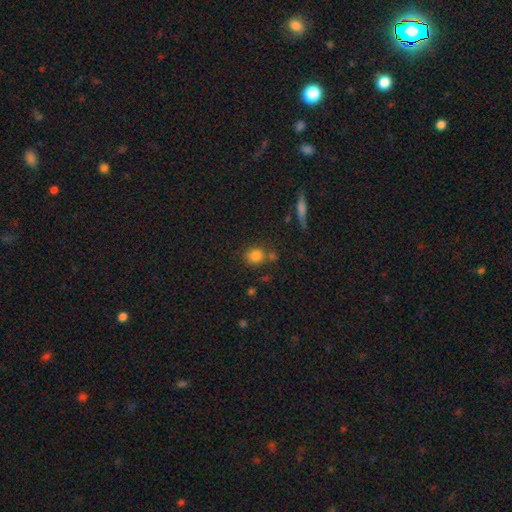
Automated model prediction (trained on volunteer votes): smooth-or-featured: smooth: 82% | star or artifact: 12% | featured or disk: 6%
  how-rounded: round: 74% | in between: 25% | cigar-shaped: 1%
  merging: none: 68% | merger: 15% | minor disturbance: 13% | major disturbance: 5%